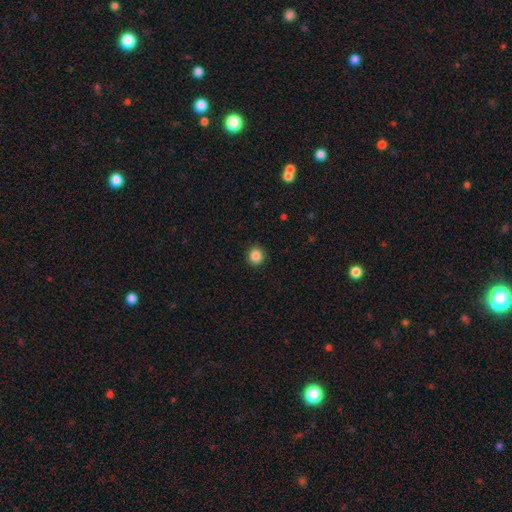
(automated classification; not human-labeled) This appears to be a smooth galaxy with no disk features (86%) that is round (91%). Merging: none (92%).